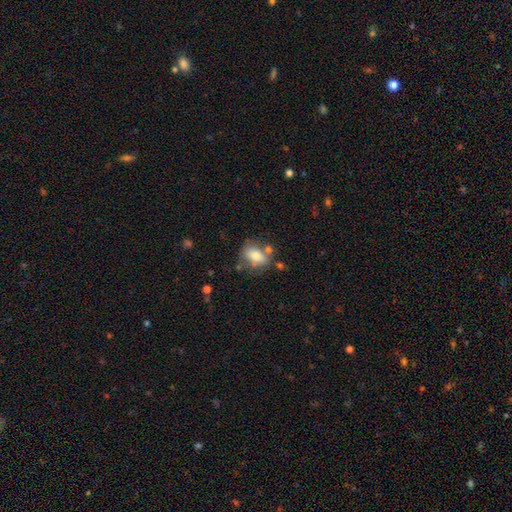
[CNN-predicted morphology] Smooth or featured: smooth — 72% (featured or disk — 20%)
How rounded: in between — 72% (round — 25%)
Merging: none — 57% (minor disturbance — 20%)